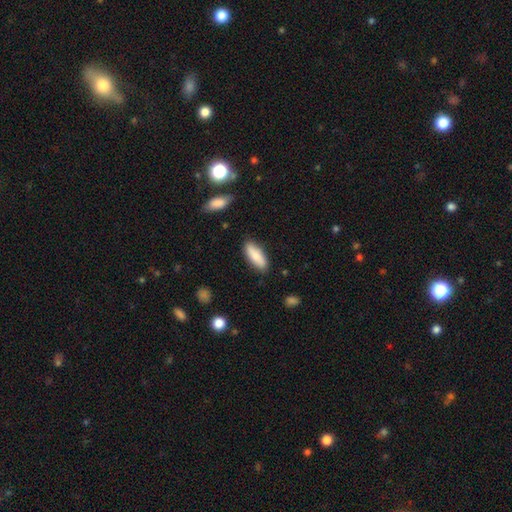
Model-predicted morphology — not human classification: smooth-or-featured: smooth: 81% | featured or disk: 13% | star or artifact: 6%
  how-rounded: in between: 64% | cigar-shaped: 34% | round: 2%
  merging: none: 84% | minor disturbance: 12% | major disturbance: 2% | merger: 2%